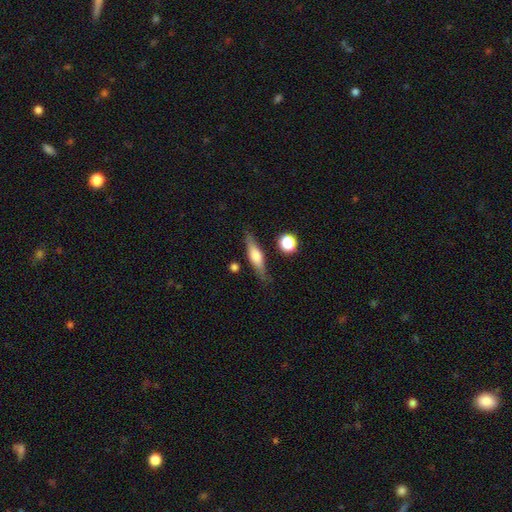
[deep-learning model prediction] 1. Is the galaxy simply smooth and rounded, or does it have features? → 47% smooth, 45% featured or disk, 7% star or artifact.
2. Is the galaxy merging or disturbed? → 80% none, 13% minor disturbance, 3% merger, 3% major disturbance.